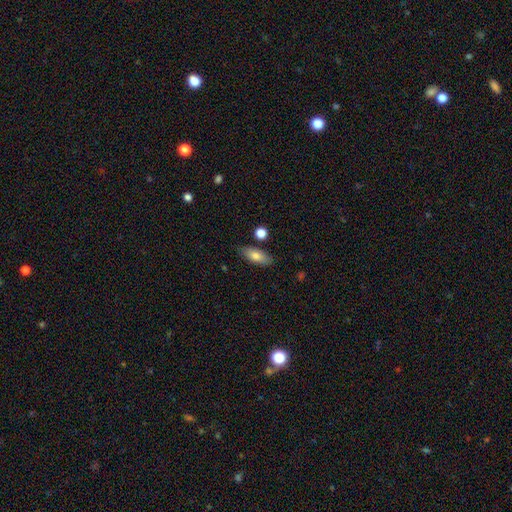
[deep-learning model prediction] This appears to be a smooth galaxy with no disk features (78%) that is in between round and cigar-shaped (78%). Merging: none (82%).